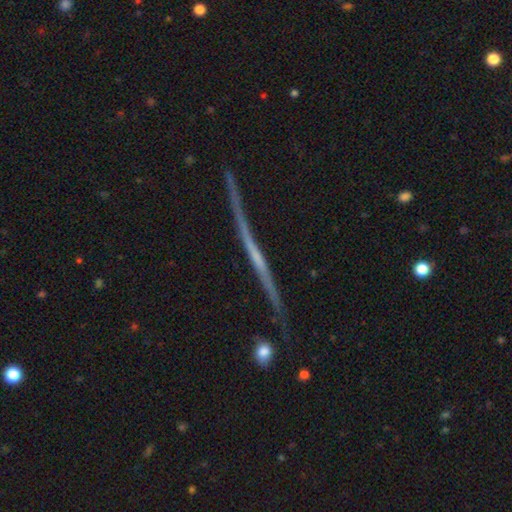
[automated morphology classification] The model was most divided on "smooth or featured": featured or disk: 73%, smooth: 17%, star or artifact: 11%. More confident: edge-on disk — yes (95%); merging — none (79%); edge-on bulge — none (77%).